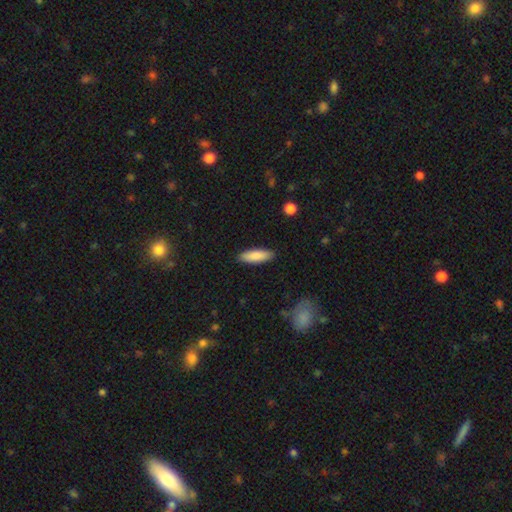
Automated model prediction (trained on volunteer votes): Smooth or featured? smooth (86%)
How rounded? in between (51%)
Merging? none (88%)